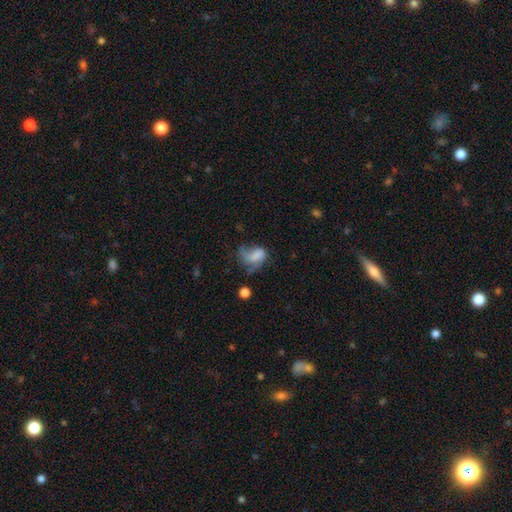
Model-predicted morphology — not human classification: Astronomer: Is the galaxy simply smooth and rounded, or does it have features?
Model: smooth — 56% (runner-up: featured or disk, 32%).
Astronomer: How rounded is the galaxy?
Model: in between — 75%.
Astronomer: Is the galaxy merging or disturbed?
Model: major disturbance — 43% (runner-up: none, 26%).